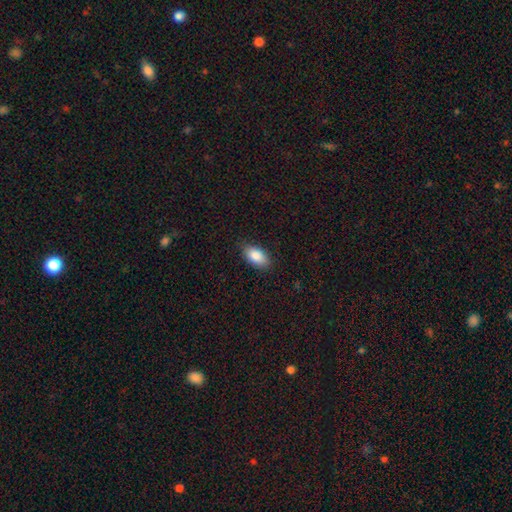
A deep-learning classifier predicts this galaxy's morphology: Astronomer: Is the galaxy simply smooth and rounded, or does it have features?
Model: smooth — 86%.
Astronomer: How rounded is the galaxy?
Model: in between — 93%.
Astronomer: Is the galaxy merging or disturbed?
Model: none — 85%.